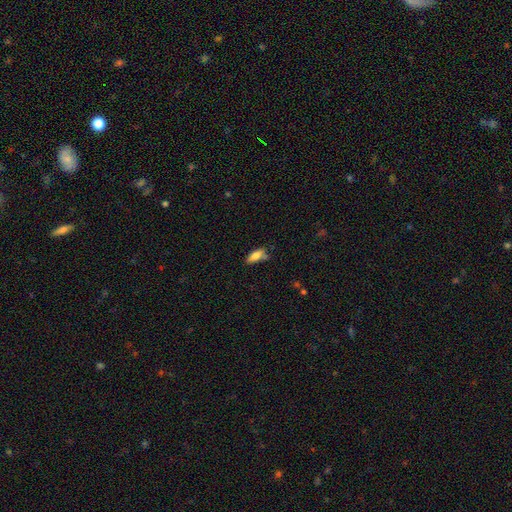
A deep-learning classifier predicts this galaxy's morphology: Smooth or featured?
  - smooth: 78% *
  - featured or disk: 14%
  - star or artifact: 8%
How rounded?
  - in between: 74% *
  - cigar-shaped: 23%
  - round: 2%
Merging?
  - none: 57% *
  - minor disturbance: 27%
  - merger: 9%
  - major disturbance: 7%